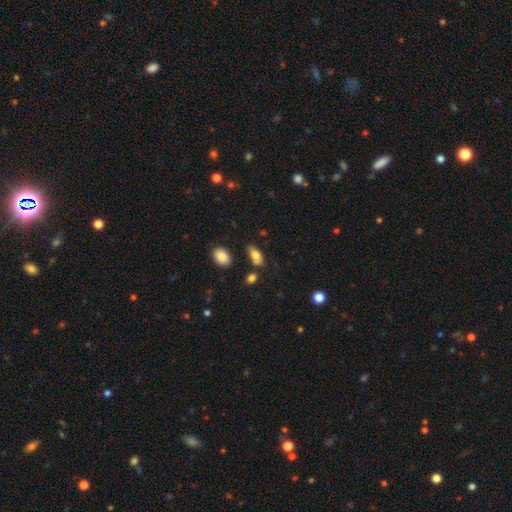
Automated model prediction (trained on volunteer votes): Overall: smooth (78%). How rounded: in between (87%). Merging: none (66%).